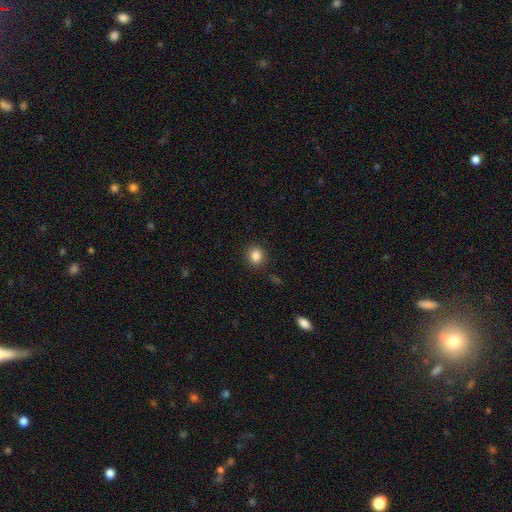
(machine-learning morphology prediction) This appears to be a smooth galaxy with no disk features (85%) that is round (77%). Merging: none (88%).